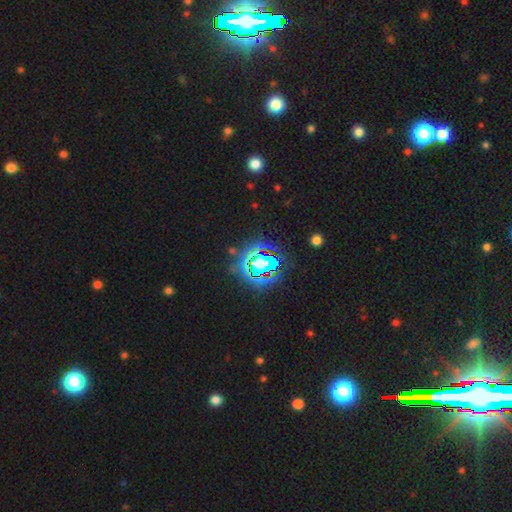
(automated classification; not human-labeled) smooth-or-featured: star or artifact: 84% | smooth: 9% | featured or disk: 7%